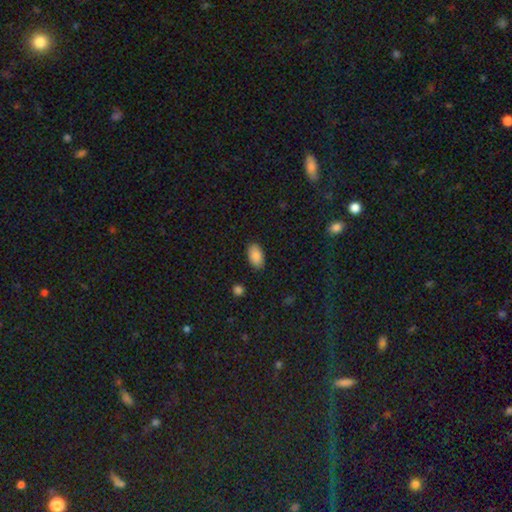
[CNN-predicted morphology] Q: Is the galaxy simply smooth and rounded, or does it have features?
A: smooth — 88%.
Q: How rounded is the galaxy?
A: in between — 94%.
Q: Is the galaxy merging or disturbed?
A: none — 86%.